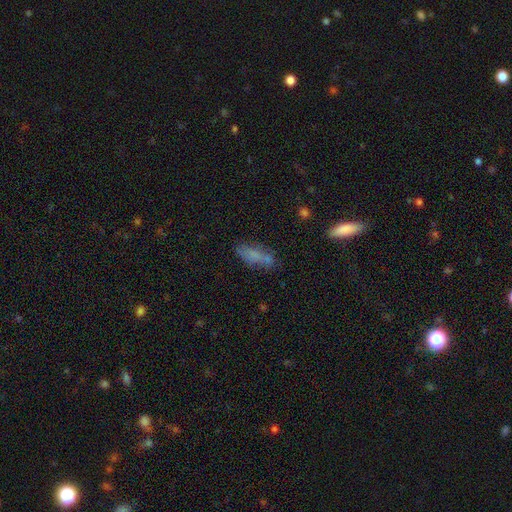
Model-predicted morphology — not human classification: A smooth galaxy with no disk features (68%) that is in between round and cigar-shaped (53%). Merging: none (59%).